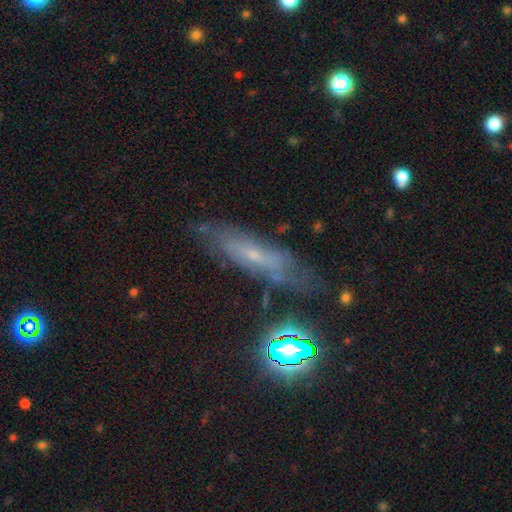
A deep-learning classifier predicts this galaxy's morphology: Smooth or featured?
  - featured or disk: 54% *
  - smooth: 31%
  - star or artifact: 15%
Edge-on disk?
  - no: 60% *
  - yes: 40%
Merging?
  - none: 65% *
  - minor disturbance: 23%
  - major disturbance: 9%
  - merger: 3%